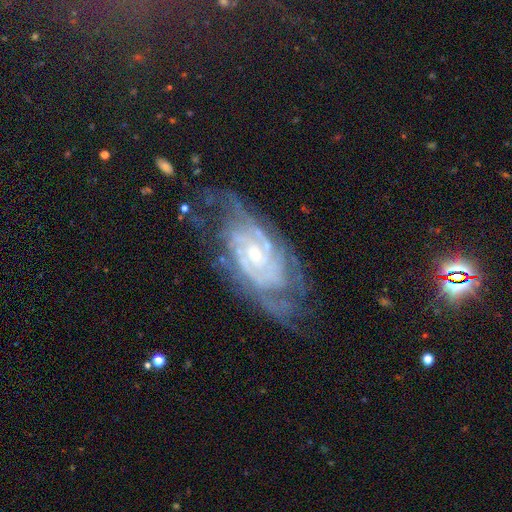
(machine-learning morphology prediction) smooth_or_featured: featured or disk (p=0.88) [alt: star or artifact p=0.06]
disk_edge_on: no (p=0.94) [alt: yes p=0.06]
bar: no (p=0.60) [alt: weak p=0.31]
has_spiral_arms: yes (p=0.96) [alt: no p=0.04]
spiral_winding: tight (p=0.66) [alt: medium p=0.28]
spiral_arm_count: can't tell (p=0.32) [alt: 2 p=0.31]
bulge_size: small (p=0.57) [alt: moderate p=0.37]
merging: none (p=0.62) [alt: minor disturbance p=0.22]